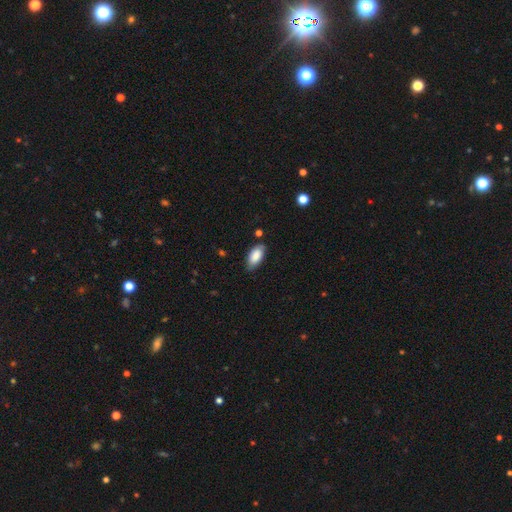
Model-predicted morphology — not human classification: Smooth or featured: smooth — 83% (featured or disk — 10%)
How rounded: in between — 92% (cigar-shaped — 6%)
Merging: none — 75% (minor disturbance — 20%)